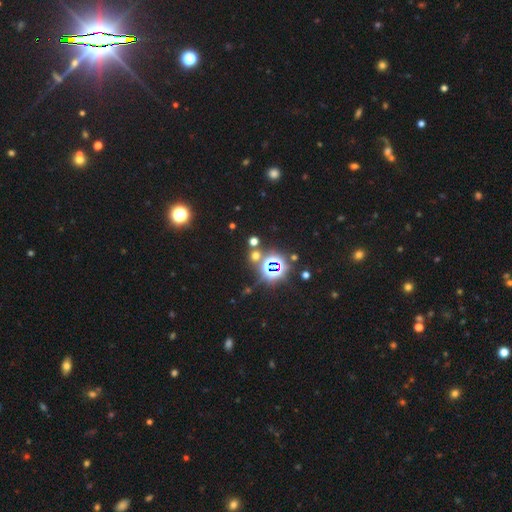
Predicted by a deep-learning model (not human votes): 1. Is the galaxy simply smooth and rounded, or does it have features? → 60% star or artifact, 32% smooth, 7% featured or disk.